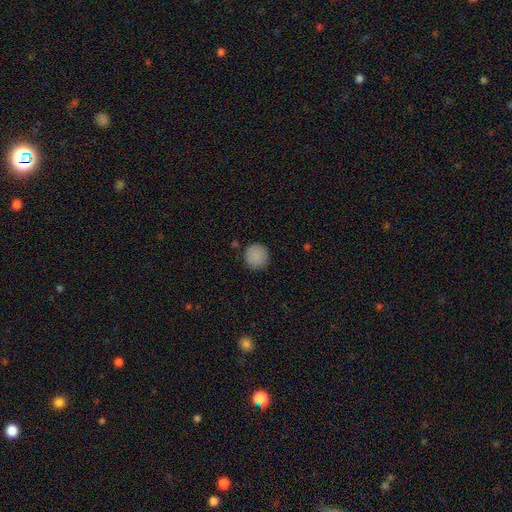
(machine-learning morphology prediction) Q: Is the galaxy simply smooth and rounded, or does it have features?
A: smooth — 88%.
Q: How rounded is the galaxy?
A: round — 95%.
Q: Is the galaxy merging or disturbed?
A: none — 89%.